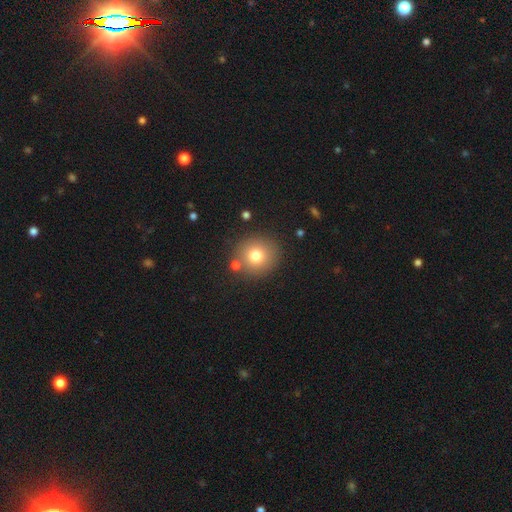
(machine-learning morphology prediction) A smooth galaxy with no disk features (77%) that is round (89%). Merging: none (82%).